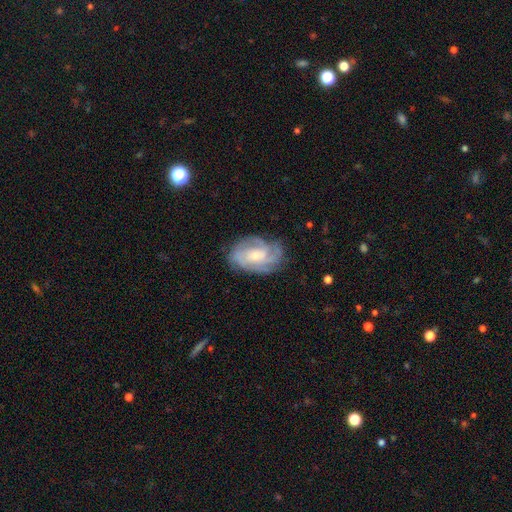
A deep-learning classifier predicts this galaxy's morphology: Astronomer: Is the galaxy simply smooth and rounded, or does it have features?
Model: featured or disk — 82%.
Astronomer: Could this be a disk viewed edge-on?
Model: no — 97%.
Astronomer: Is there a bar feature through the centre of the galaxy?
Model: no — 62%.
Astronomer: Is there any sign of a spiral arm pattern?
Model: yes — 95%.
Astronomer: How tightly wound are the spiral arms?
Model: tight — 53% (runner-up: medium, 38%).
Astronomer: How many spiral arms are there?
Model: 3 — 36% (runner-up: can't tell, 22%).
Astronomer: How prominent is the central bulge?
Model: small — 53% (runner-up: moderate, 40%).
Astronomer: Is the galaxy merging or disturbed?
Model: none — 71%.